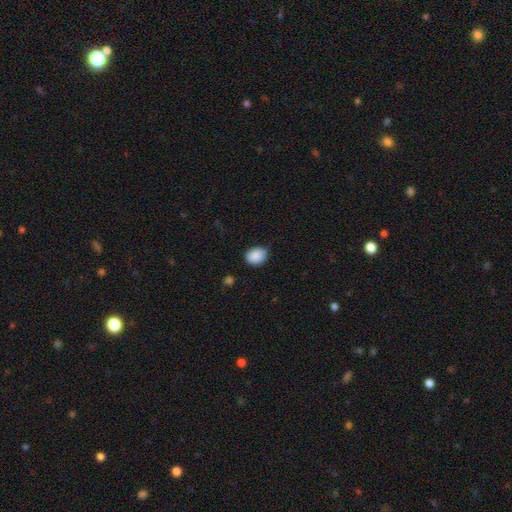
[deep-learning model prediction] Smooth or featured?
  - smooth: 89% *
  - star or artifact: 8%
  - featured or disk: 4%
How rounded?
  - round: 51% *
  - in between: 48%
  - cigar-shaped: 1%
Merging?
  - none: 79% *
  - minor disturbance: 17%
  - major disturbance: 3%
  - merger: 1%